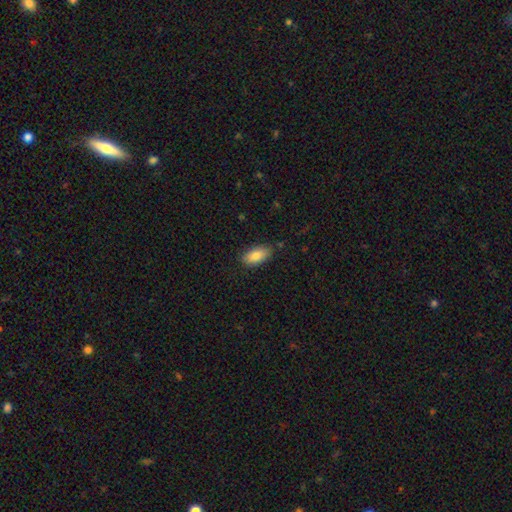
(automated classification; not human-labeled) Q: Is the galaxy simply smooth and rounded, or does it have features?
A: smooth — 85%.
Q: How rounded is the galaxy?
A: in between — 91%.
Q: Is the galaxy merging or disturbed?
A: none — 83%.